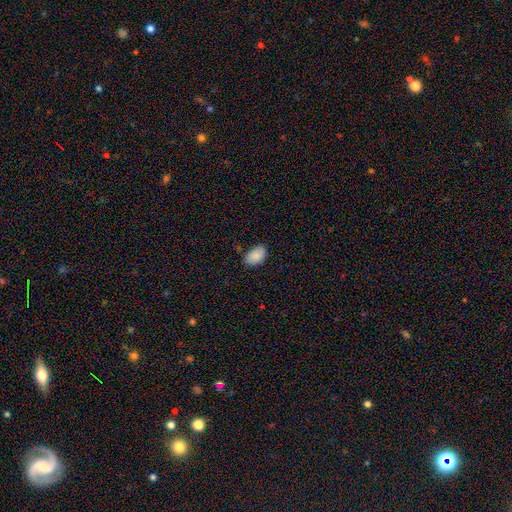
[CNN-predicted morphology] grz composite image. It shows a smooth galaxy with no disk features (88%) that is in between round and cigar-shaped (90%). Merging: none (75%).